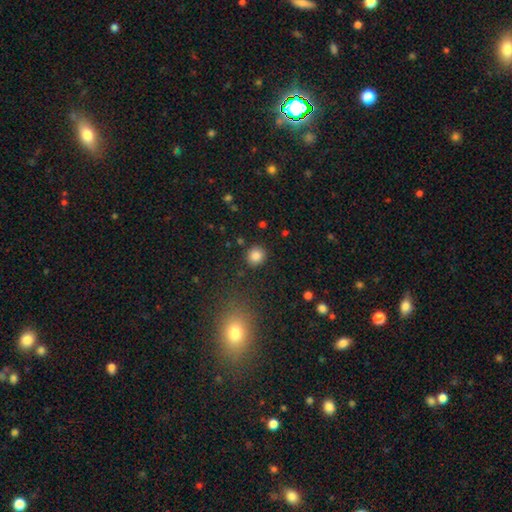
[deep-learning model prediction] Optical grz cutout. It shows a smooth galaxy with no disk features (85%) that is round (86%). Merging: none (89%).